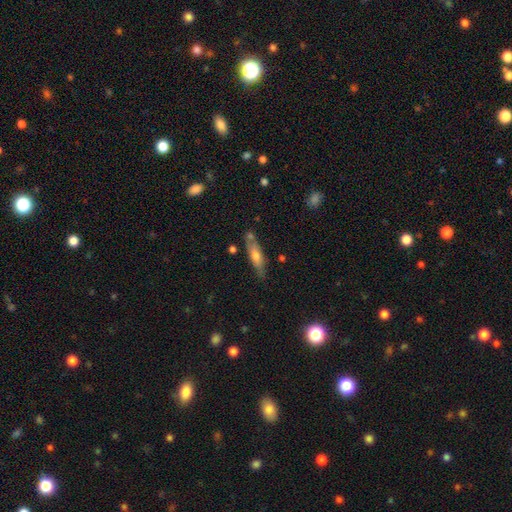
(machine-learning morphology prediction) Smooth or featured?
  - smooth: 56% *
  - featured or disk: 37%
  - star or artifact: 7%
How rounded?
  - cigar-shaped: 67% *
  - in between: 31%
  - round: 2%
Merging?
  - none: 71% *
  - minor disturbance: 17%
  - merger: 8%
  - major disturbance: 4%